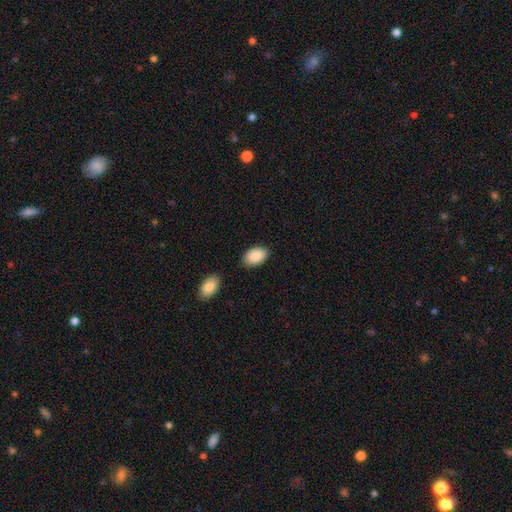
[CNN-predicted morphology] This appears to be a smooth galaxy with no disk features (89%) that is in between round and cigar-shaped (93%). Merging: none (81%).